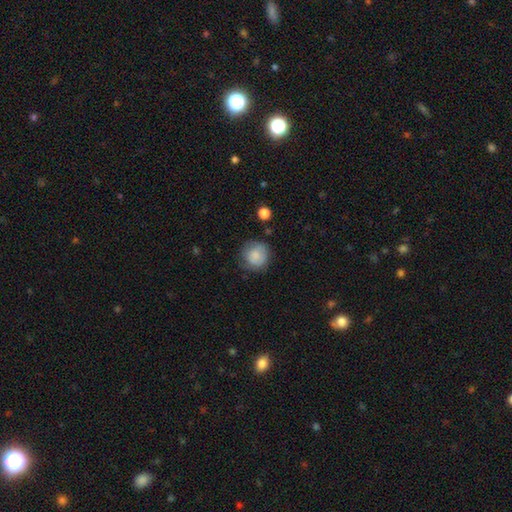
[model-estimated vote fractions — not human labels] Smooth or featured? smooth (81%)
How rounded? round (90%)
Merging? none (70%)